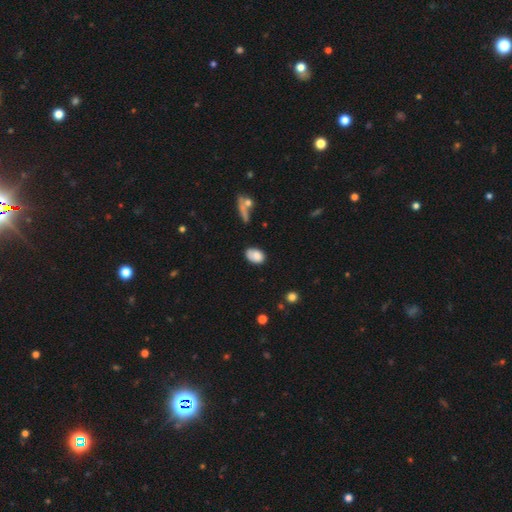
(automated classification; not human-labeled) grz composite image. It shows a smooth galaxy with no disk features (81%) that is in between round and cigar-shaped (84%). Merging: none (62%).